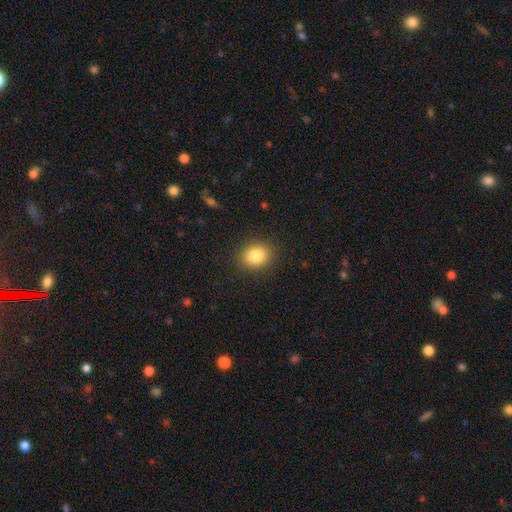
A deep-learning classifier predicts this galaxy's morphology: Smooth or featured?
  - smooth: 83% *
  - star or artifact: 10%
  - featured or disk: 7%
How rounded?
  - round: 59% *
  - in between: 40%
  - cigar-shaped: 1%
Merging?
  - none: 88% *
  - minor disturbance: 8%
  - major disturbance: 3%
  - merger: 1%